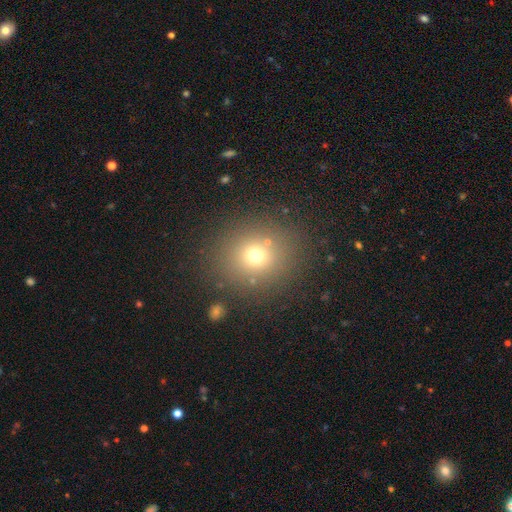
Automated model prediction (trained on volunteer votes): A smooth galaxy with no disk features (68%) that is round (84%).

Vote fractions:
- Smooth or featured? smooth: 68% / star or artifact: 20% / featured or disk: 12%
- How rounded? round: 84% / in between: 15% / cigar-shaped: 1%
- Merging? none: 84% / minor disturbance: 8% / merger: 4% / major disturbance: 4%